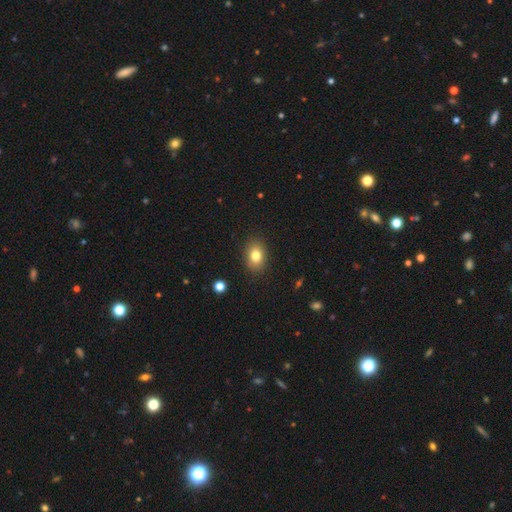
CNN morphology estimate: smooth_or_featured: smooth (p=0.80) [alt: star or artifact p=0.10]
how_rounded: in between (p=0.71) [alt: round p=0.28]
merging: none (p=0.88) [alt: minor disturbance p=0.08]